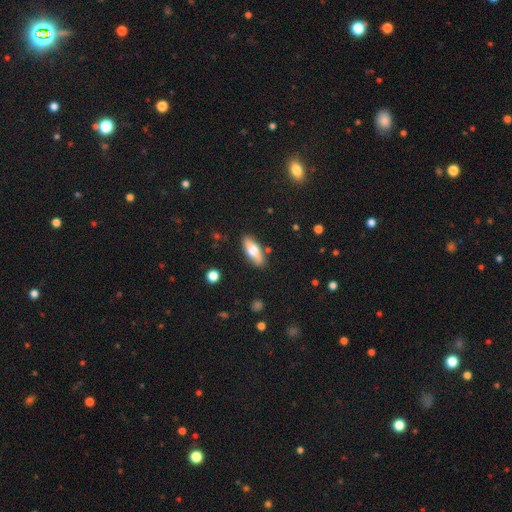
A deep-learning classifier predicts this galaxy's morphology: This is likely a smooth galaxy (63%). How rounded: likely in between (73%). Merging: clearly none (85%).